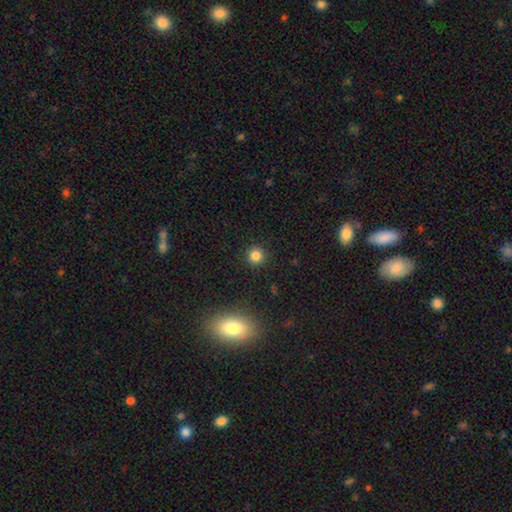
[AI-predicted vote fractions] Smooth or featured? smooth (82%)
How rounded? round (94%)
Merging? none (92%)